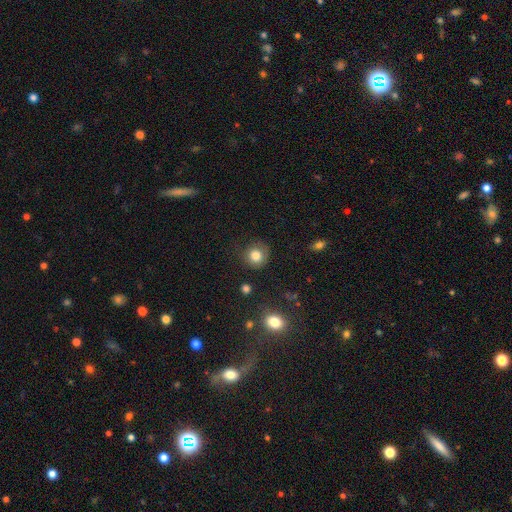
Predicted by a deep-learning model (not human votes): The model was most divided on "merging": none: 77%, minor disturbance: 15%, major disturbance: 6%, merger: 2%. More confident: how rounded — round (89%); smooth or featured — smooth (81%).